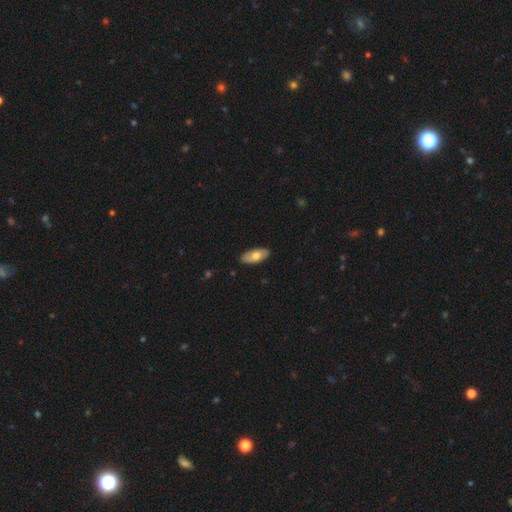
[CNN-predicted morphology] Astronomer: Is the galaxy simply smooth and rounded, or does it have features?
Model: smooth — 71%.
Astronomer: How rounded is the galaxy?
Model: in between — 88%.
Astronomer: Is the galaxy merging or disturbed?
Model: none — 88%.